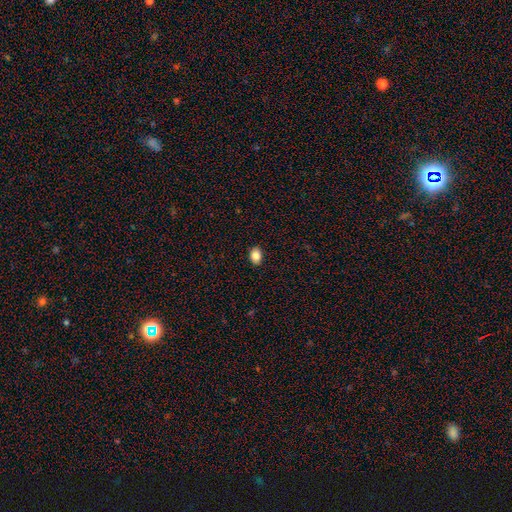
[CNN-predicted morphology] A smooth galaxy with no disk features (86%) that is in between round and cigar-shaped (74%). Merging: none (90%).